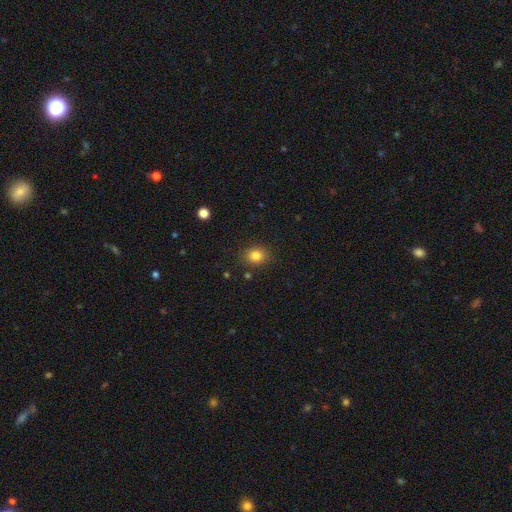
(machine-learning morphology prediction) smooth 82%, star or artifact 12%, featured or disk 6%. Down the decision tree: how rounded — round (62%); merging — none (86%).